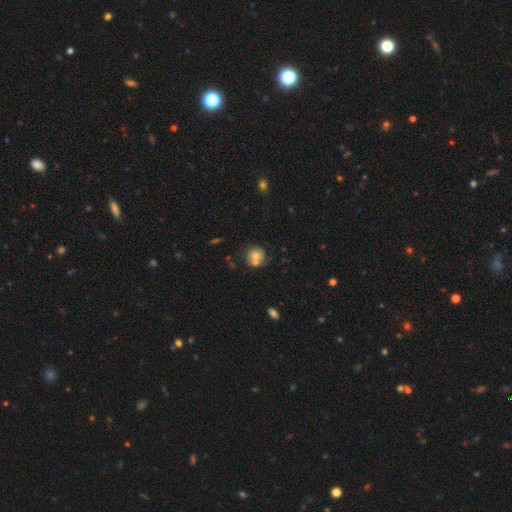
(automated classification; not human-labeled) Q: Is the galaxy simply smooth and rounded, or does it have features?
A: smooth — 59%.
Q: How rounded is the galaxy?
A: round — 83%.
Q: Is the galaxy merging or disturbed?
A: none — 49%.